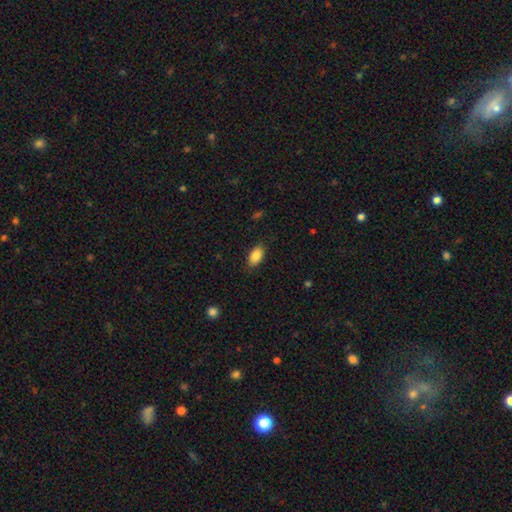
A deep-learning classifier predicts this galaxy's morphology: Overall: smooth (87%). How rounded: in between (91%). Merging: none (84%).